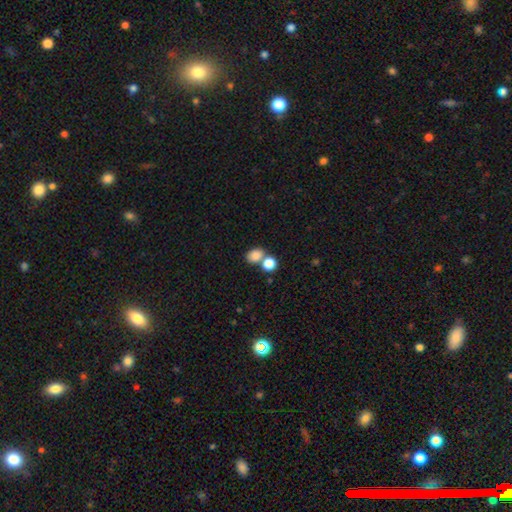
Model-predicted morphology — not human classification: The model was most divided on "how rounded": in between: 50%, round: 49%, cigar-shaped: 1%. More confident: smooth or featured — smooth (82%); merging — none (51%).